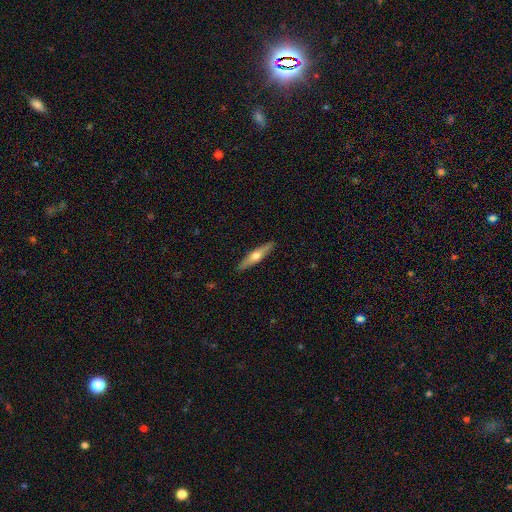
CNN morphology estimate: A featured or disk galaxy (53%) viewed edge-on (93%). Merging: none (90%).